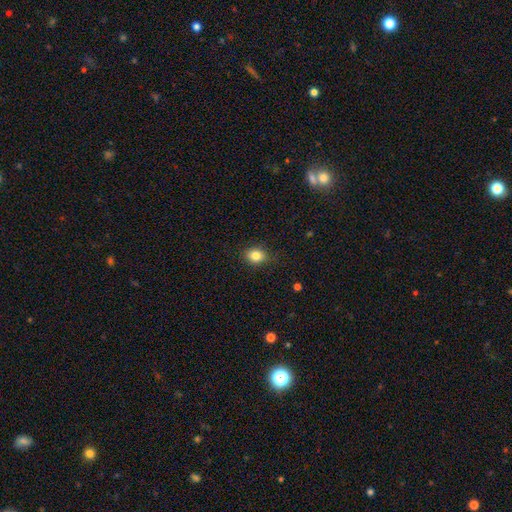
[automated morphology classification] A smooth galaxy with no disk features (83%) that is in between round and cigar-shaped (54%). Merging: none (86%).